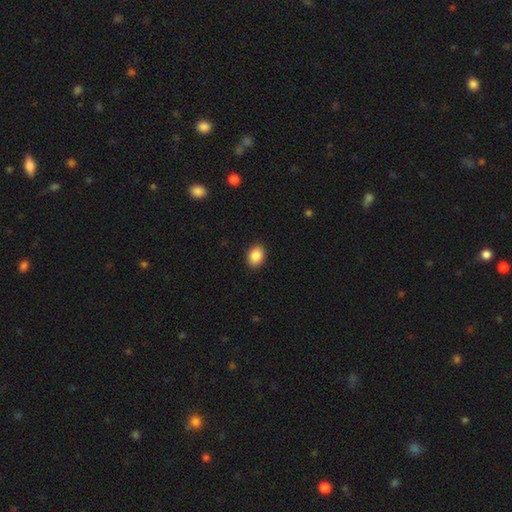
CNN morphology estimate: Smooth or featured?
  - smooth: 88% *
  - star or artifact: 8%
  - featured or disk: 4%
How rounded?
  - in between: 70% *
  - round: 29%
  - cigar-shaped: 1%
Merging?
  - none: 91% *
  - minor disturbance: 6%
  - major disturbance: 2%
  - merger: 1%